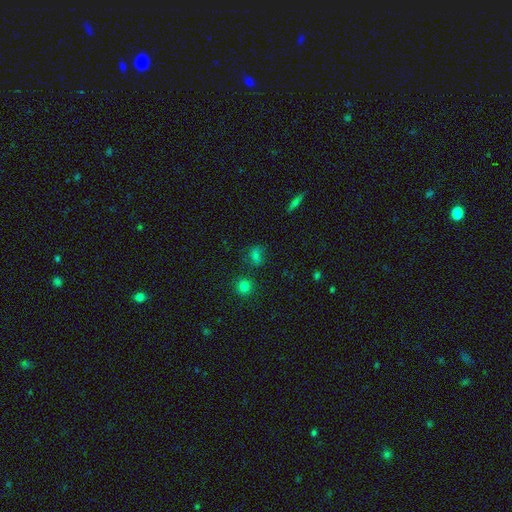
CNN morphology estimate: This is likely a smooth galaxy (64%). How rounded: possibly in between (57%). Merging: likely none (70%).